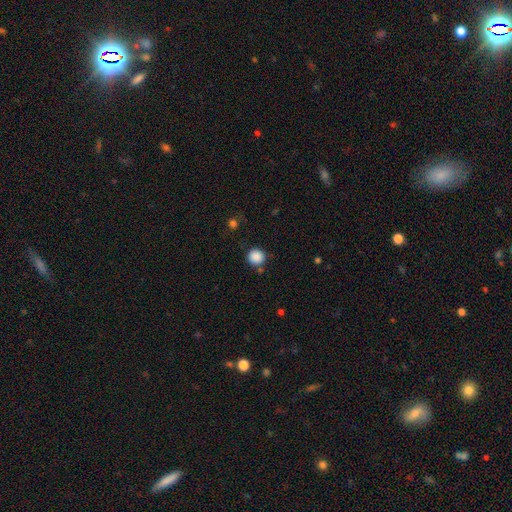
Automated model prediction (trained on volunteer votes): Smooth or featured? Predicted: smooth (p=0.88). How rounded? Predicted: round (p=0.93). Merging? Predicted: none (p=0.82).